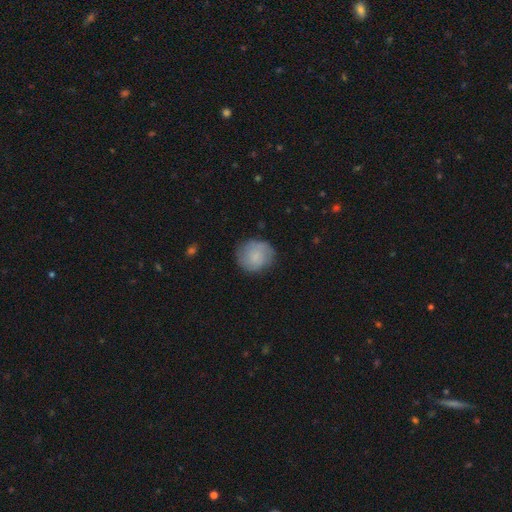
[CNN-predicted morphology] type=smooth (78%); roundness=round (85%); merging=none (78%).